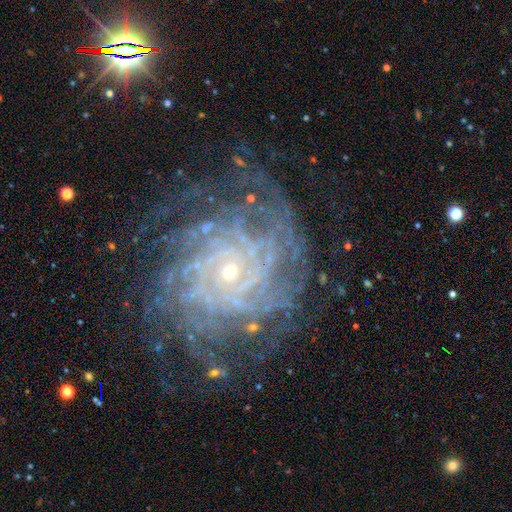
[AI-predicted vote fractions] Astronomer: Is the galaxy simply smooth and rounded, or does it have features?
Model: featured or disk — 86%.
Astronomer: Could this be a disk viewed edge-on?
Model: no — 97%.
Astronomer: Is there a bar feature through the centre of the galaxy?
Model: no — 72%.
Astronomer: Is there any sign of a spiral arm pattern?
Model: yes — 97%.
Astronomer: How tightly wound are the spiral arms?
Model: tight — 79%.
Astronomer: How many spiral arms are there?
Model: more than 4 — 34% (runner-up: can't tell, 24%).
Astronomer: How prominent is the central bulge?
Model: small — 84%.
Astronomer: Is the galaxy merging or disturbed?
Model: none — 77%.